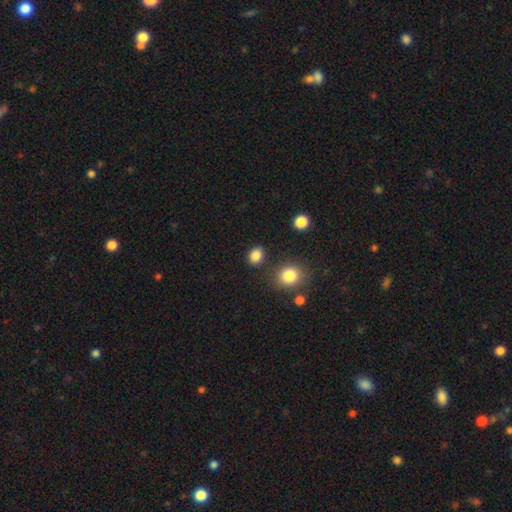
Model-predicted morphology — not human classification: smooth 85%, star or artifact 11%, featured or disk 4%. Down the decision tree: how rounded — in between (52%); merging — none (80%).